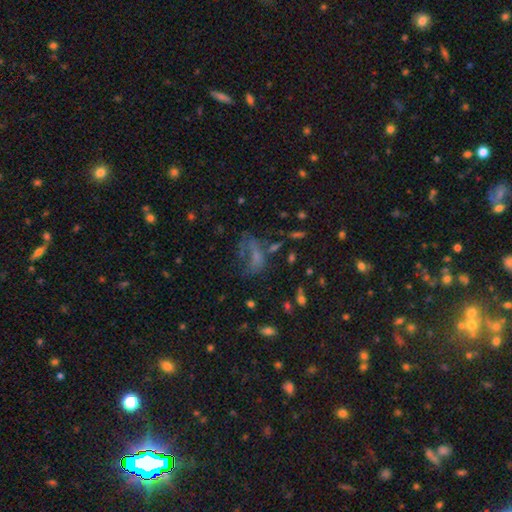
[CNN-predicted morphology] Q: Smooth or featured?
A: smooth (44%); runner-up: featured or disk (30%)
Q: Merging?
A: major disturbance (42%); runner-up: none (30%)